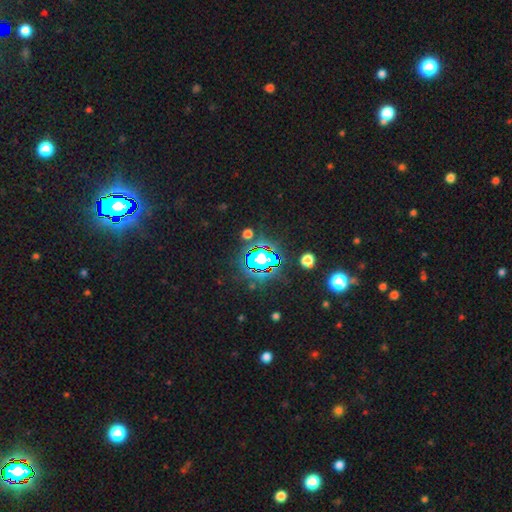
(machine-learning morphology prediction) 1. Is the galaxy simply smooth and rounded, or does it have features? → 83% star or artifact, 10% smooth, 7% featured or disk.